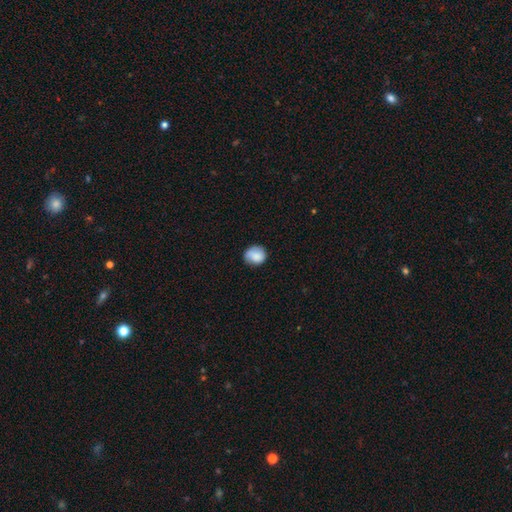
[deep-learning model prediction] Smooth or featured? smooth (82%)
How rounded? round (78%)
Merging? none (71%)